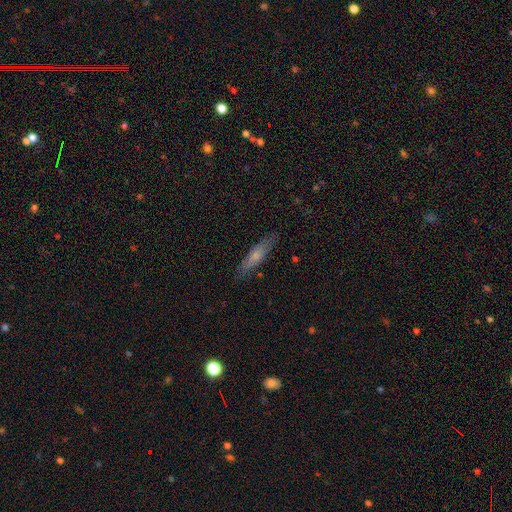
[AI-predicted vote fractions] A smooth galaxy with no disk features (55%) that is cigar-shaped (79%).

Vote fractions:
- Smooth or featured? smooth: 55% / featured or disk: 39% / star or artifact: 7%
- How rounded? cigar-shaped: 79% / in between: 19% / round: 2%
- Merging? none: 85% / minor disturbance: 12% / major disturbance: 2% / merger: 1%